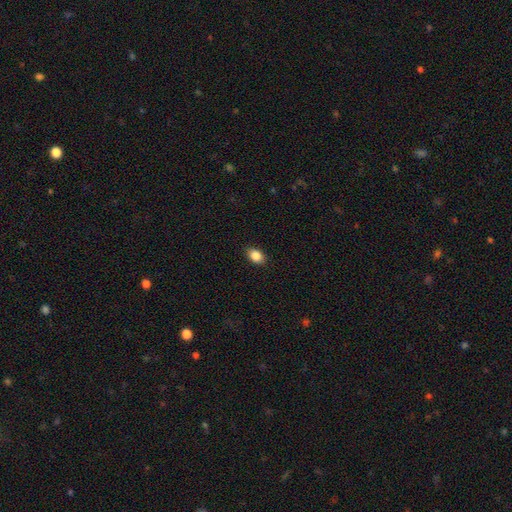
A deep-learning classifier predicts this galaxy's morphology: Smooth or featured: smooth — 87% (star or artifact — 8%)
How rounded: in between — 82% (round — 17%)
Merging: none — 89% (minor disturbance — 8%)